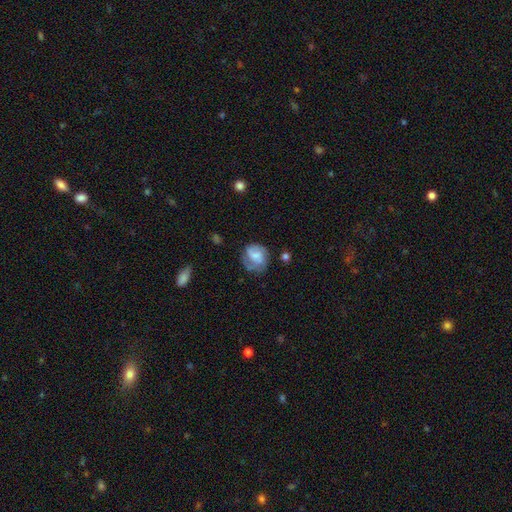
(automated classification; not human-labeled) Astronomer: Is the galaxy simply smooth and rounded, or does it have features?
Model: featured or disk — 49% (runner-up: smooth, 43%).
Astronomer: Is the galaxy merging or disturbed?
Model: none — 55%.